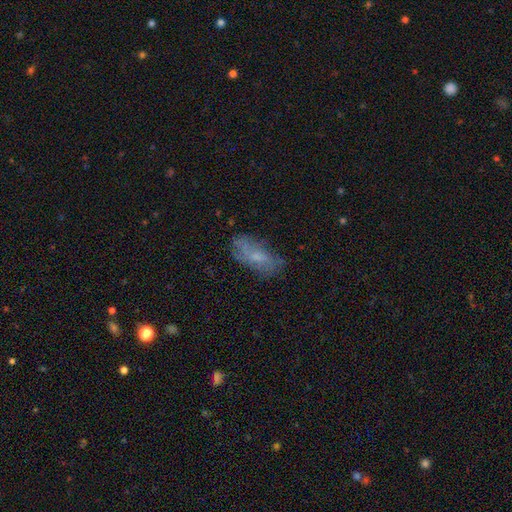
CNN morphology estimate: A smooth galaxy with no disk features (49%).

Vote fractions:
- Smooth or featured? smooth: 49% / featured or disk: 41% / star or artifact: 10%
- Merging? none: 62% / minor disturbance: 25% / major disturbance: 11% / merger: 2%